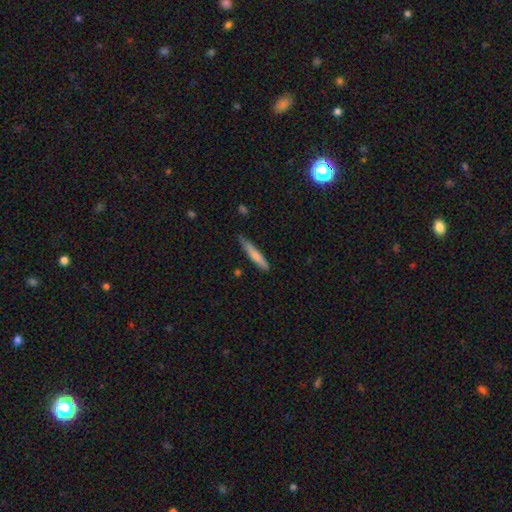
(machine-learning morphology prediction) This is likely a smooth galaxy (75%). How rounded: clearly cigar-shaped (92%). Merging: likely none (72%).